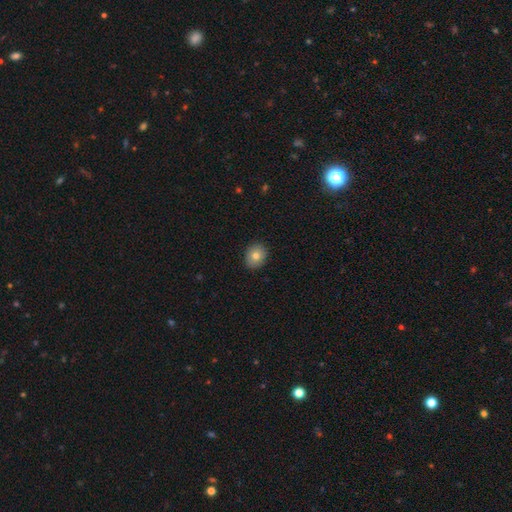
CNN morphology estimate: Smooth or featured? smooth (78%)
How rounded? round (59%)
Merging? none (89%)